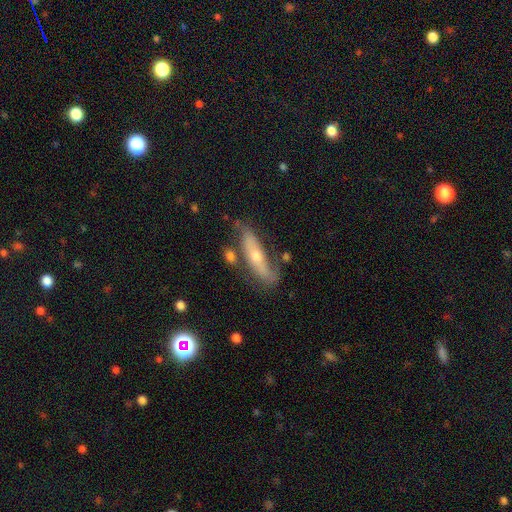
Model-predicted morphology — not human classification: smooth_or_featured: featured or disk (p=0.56) [alt: smooth p=0.36]
disk_edge_on: yes (p=0.55) [alt: no p=0.45]
merging: none (p=0.60) [alt: minor disturbance p=0.22]